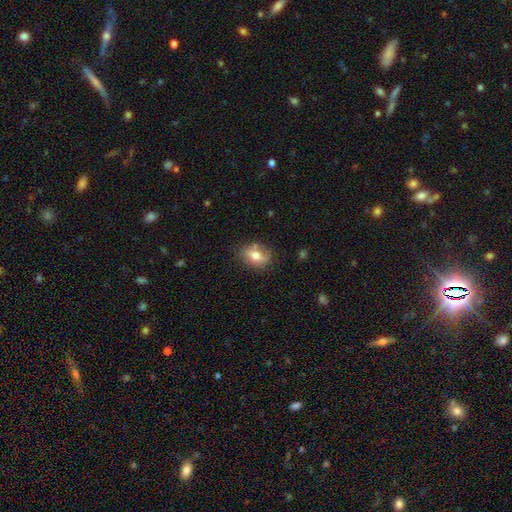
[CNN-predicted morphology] A smooth galaxy with no disk features (66%) that is in between round and cigar-shaped (69%).

Vote fractions:
- Smooth or featured? smooth: 66% / featured or disk: 25% / star or artifact: 9%
- How rounded? in between: 69% / round: 29% / cigar-shaped: 3%
- Merging? none: 75% / minor disturbance: 17% / merger: 4% / major disturbance: 4%